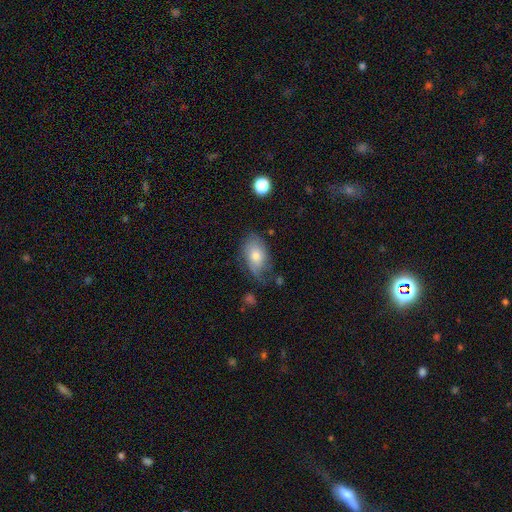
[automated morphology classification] Q: Smooth or featured?
A: smooth (62%); runner-up: featured or disk (30%)
Q: How rounded?
A: in between (89%); runner-up: round (8%)
Q: Merging?
A: none (55%); runner-up: minor disturbance (30%)